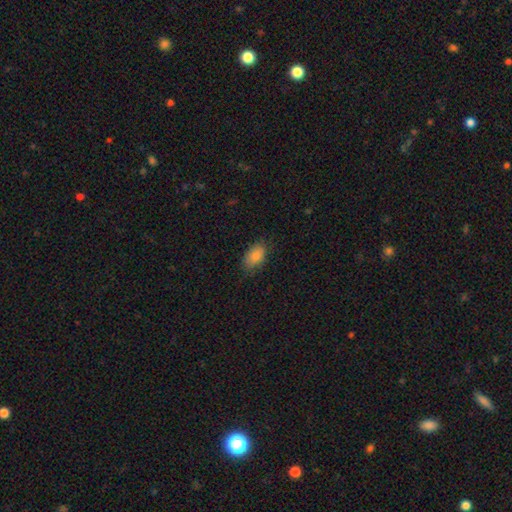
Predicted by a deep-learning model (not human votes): Q: Smooth or featured?
A: smooth (82%); runner-up: featured or disk (10%)
Q: How rounded?
A: in between (91%); runner-up: round (7%)
Q: Merging?
A: none (78%); runner-up: minor disturbance (17%)